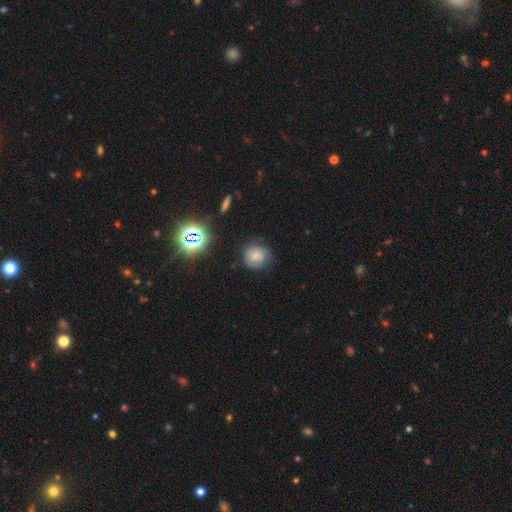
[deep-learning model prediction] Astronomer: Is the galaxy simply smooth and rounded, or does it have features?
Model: smooth — 59%.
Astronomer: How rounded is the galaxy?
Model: round — 87%.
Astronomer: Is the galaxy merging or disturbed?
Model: none — 72%.